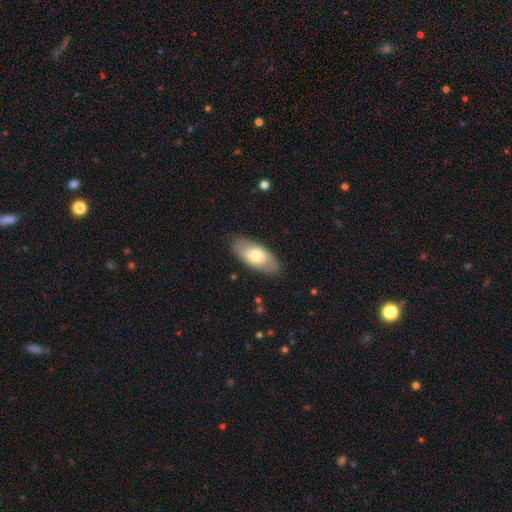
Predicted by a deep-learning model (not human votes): Smooth or featured? Predicted: smooth (p=0.65). How rounded? Predicted: in between (p=0.89). Merging? Predicted: none (p=0.86).